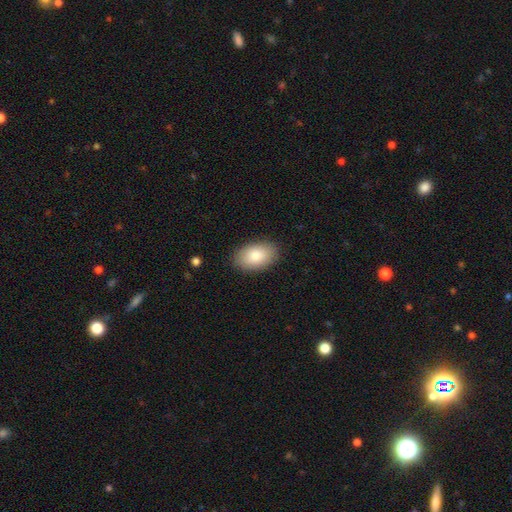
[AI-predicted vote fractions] smooth 86%, featured or disk 8%, star or artifact 6%. Down the decision tree: how rounded — in between (93%); merging — none (87%).